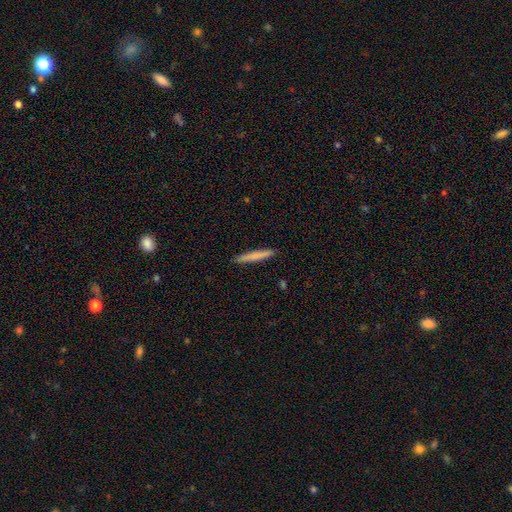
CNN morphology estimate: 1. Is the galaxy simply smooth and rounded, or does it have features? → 76% smooth, 19% featured or disk, 5% star or artifact.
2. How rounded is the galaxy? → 96% cigar-shaped, 3% in between, 1% round.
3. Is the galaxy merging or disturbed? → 92% none, 6% minor disturbance, 1% major disturbance, 1% merger.